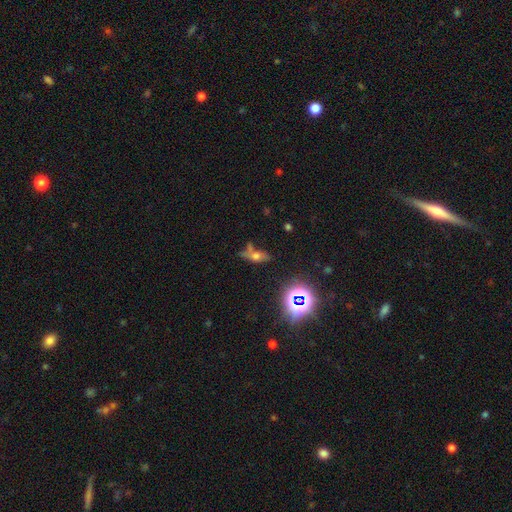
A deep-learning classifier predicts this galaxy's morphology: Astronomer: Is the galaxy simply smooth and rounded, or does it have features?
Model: smooth — 47% (runner-up: star or artifact, 27%).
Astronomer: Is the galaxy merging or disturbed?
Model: none — 48%.